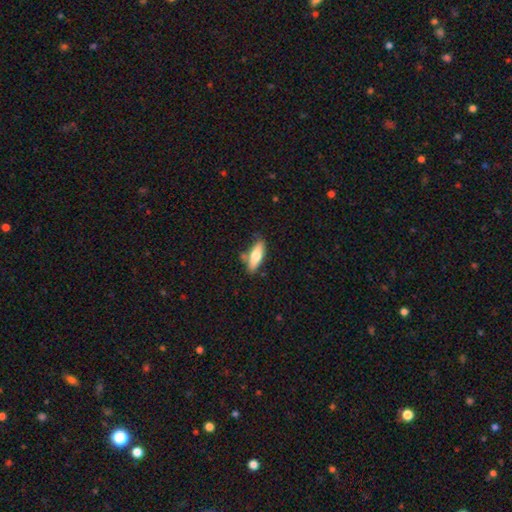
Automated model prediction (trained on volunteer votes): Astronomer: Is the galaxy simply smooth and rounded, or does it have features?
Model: smooth — 65%.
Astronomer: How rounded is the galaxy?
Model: in between — 54% (runner-up: cigar-shaped, 44%).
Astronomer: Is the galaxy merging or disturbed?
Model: none — 73%.